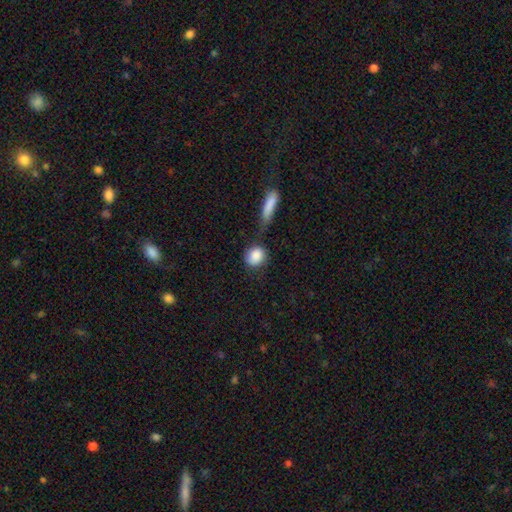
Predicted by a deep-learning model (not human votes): Q: Smooth or featured?
A: smooth (86%); runner-up: star or artifact (7%)
Q: How rounded?
A: round (71%); runner-up: in between (26%)
Q: Merging?
A: none (56%); runner-up: minor disturbance (18%)